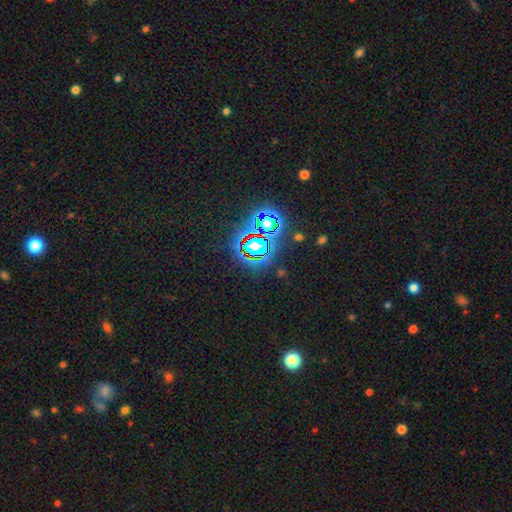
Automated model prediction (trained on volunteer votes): smooth-or-featured: star or artifact: 80% | smooth: 13% | featured or disk: 7%